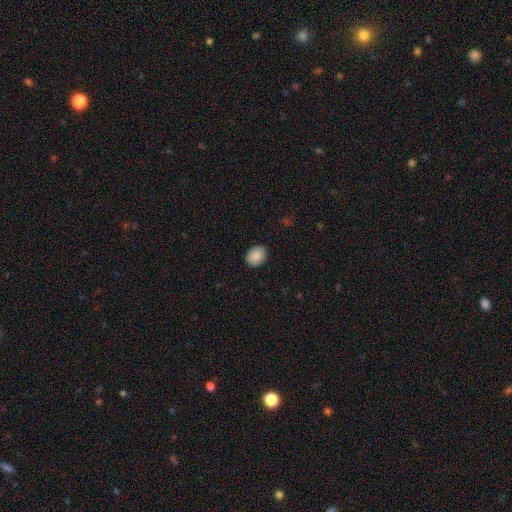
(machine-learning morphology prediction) type=smooth (89%); roundness=in between (51%); merging=none (89%).